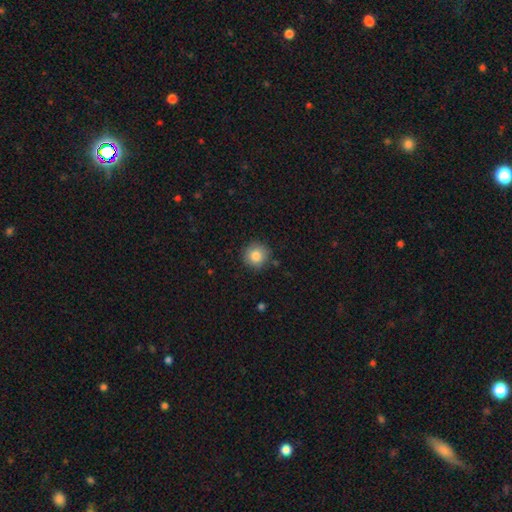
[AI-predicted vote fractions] Smooth or featured: smooth — 84% (star or artifact — 9%)
How rounded: round — 94% (in between — 5%)
Merging: none — 87% (minor disturbance — 9%)